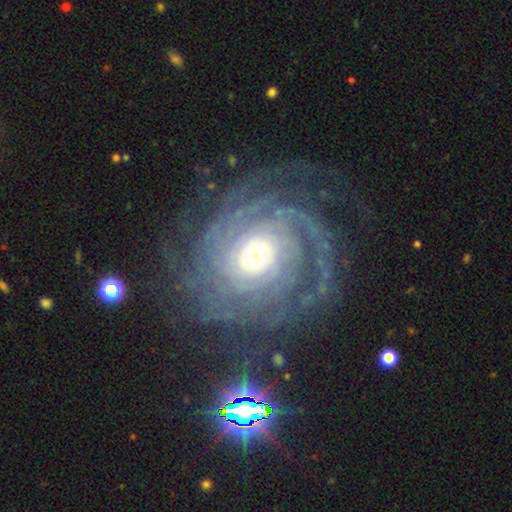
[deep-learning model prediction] This appears to be a featured or disk galaxy (90%) with no bar (67%), tight (78%) spiral arms (98%) and a small central bulge (59%). Merging: none (76%).